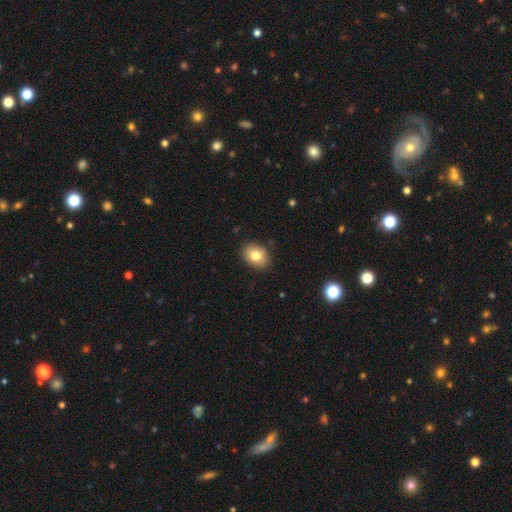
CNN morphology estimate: This appears to be a smooth galaxy with no disk features (79%) that is in between round and cigar-shaped (67%). Merging: none (87%).